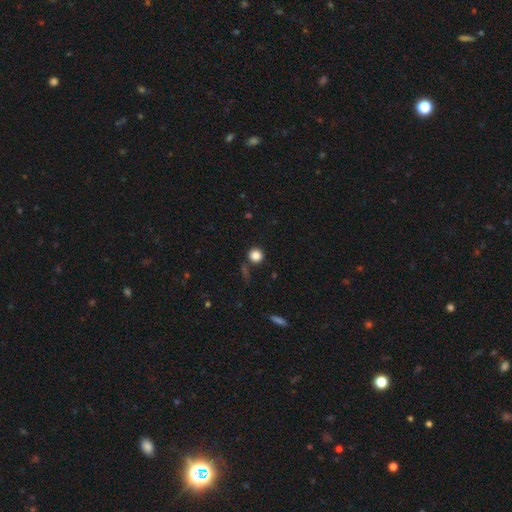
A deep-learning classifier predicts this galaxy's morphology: Smooth or featured?
  - smooth: 84% *
  - star or artifact: 11%
  - featured or disk: 5%
How rounded?
  - round: 92% *
  - in between: 7%
  - cigar-shaped: 1%
Merging?
  - none: 80% *
  - minor disturbance: 9%
  - merger: 6%
  - major disturbance: 4%